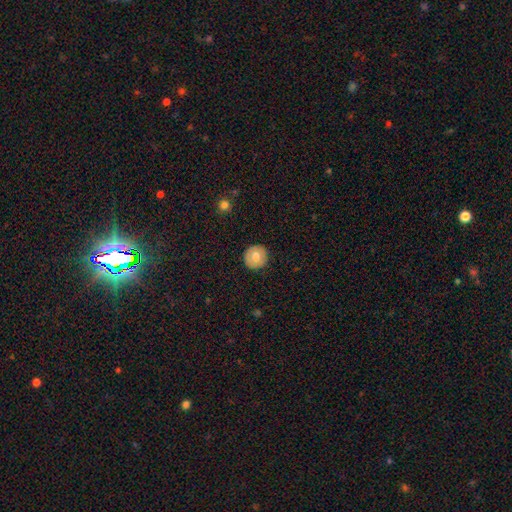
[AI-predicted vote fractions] smooth_or_featured: smooth (p=0.72) [alt: featured or disk p=0.20]
how_rounded: round (p=0.94) [alt: in between p=0.05]
merging: none (p=0.90) [alt: minor disturbance p=0.07]